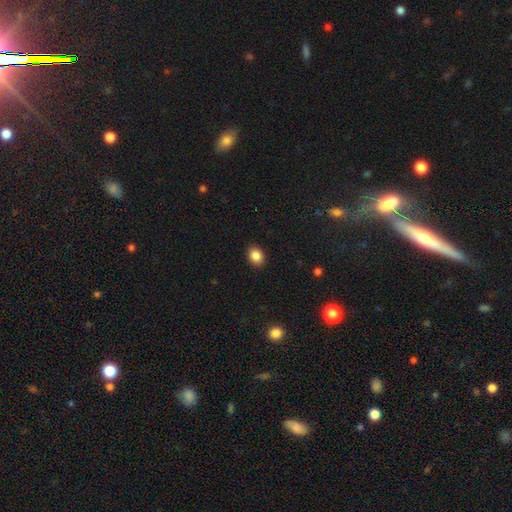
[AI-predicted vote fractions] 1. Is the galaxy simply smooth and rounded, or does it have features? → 87% smooth, 9% star or artifact, 4% featured or disk.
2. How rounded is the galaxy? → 57% in between, 42% round, 1% cigar-shaped.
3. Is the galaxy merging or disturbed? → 90% none, 7% minor disturbance, 2% major disturbance, 1% merger.